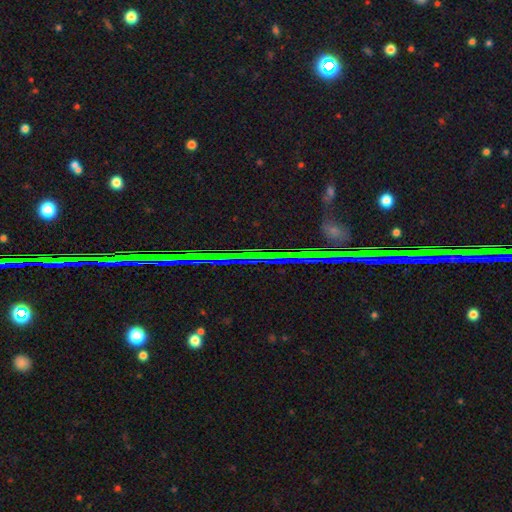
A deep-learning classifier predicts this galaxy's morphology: Smooth or featured?
  - star or artifact: 82% *
  - featured or disk: 10%
  - smooth: 8%